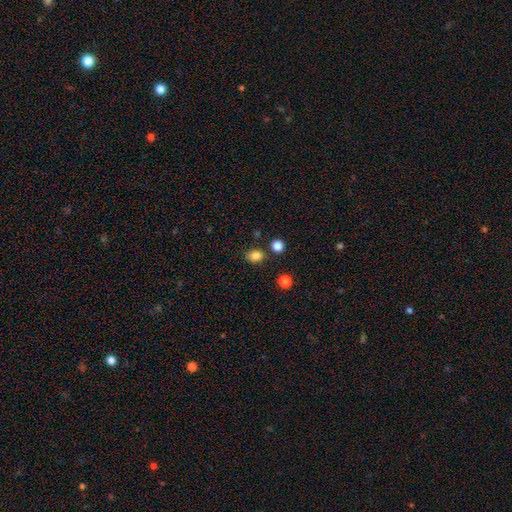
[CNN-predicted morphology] The model was most divided on "how rounded": round: 58%, in between: 41%, cigar-shaped: 1%. More confident: smooth or featured — smooth (83%); merging — none (79%).